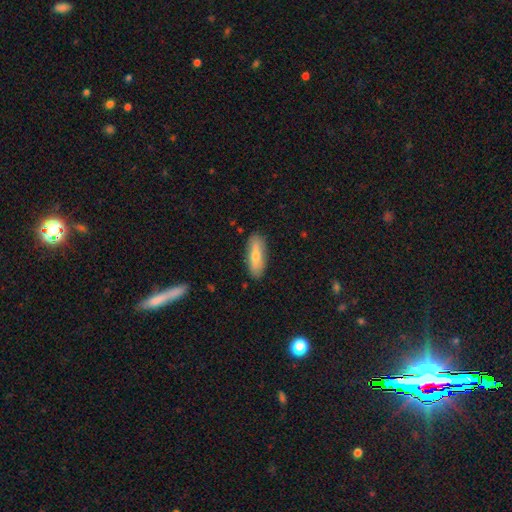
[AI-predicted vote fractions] smooth-or-featured: smooth: 66% | featured or disk: 28% | star or artifact: 7%
  how-rounded: in between: 54% | cigar-shaped: 44% | round: 2%
  merging: none: 85% | minor disturbance: 11% | major disturbance: 2% | merger: 1%